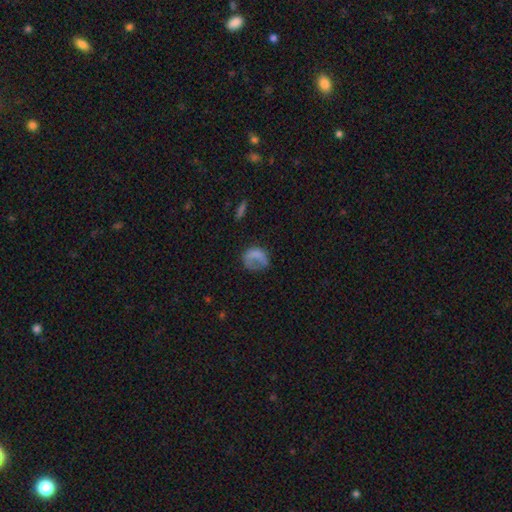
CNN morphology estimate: type=smooth (65%); roundness=round (59%); merging=none (38%).